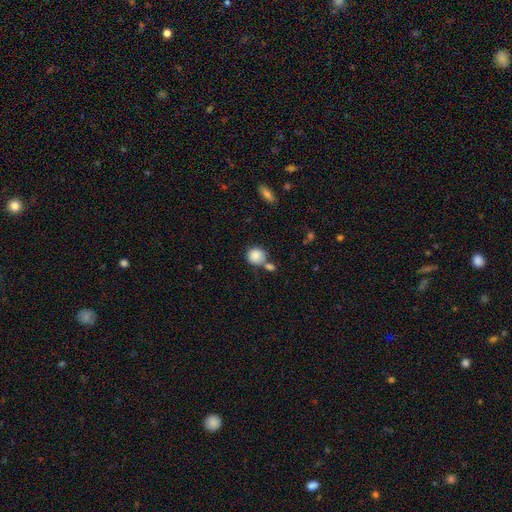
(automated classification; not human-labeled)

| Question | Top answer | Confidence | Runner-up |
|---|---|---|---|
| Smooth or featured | smooth | 86% | star or artifact (8%) |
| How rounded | round | 85% | in between (14%) |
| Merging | none | 52% | merger (29%) |